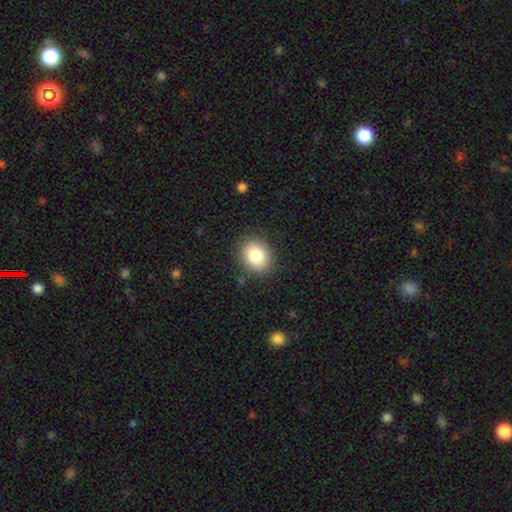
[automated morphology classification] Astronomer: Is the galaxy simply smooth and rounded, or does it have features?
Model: smooth — 83%.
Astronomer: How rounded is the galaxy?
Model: round — 57% (runner-up: in between, 42%).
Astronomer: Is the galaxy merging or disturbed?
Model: none — 87%.